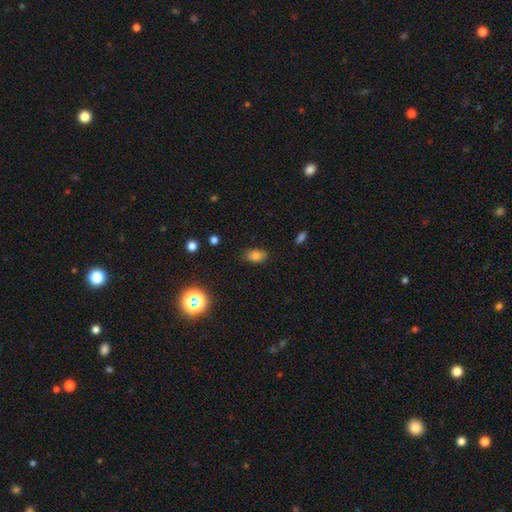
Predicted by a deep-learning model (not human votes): Overall: smooth (78%). How rounded: in between (85%). Merging: none (81%).